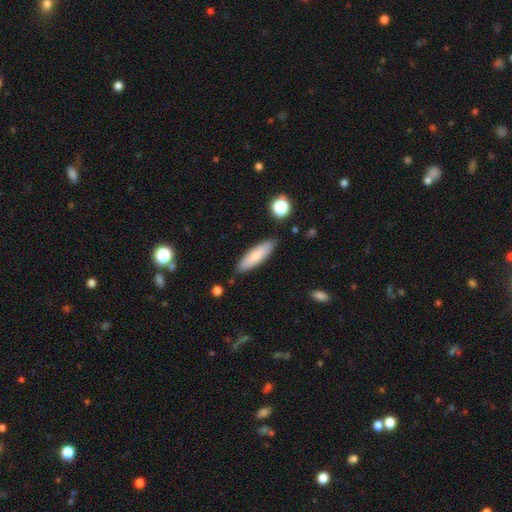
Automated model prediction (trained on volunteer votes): smooth-or-featured: smooth: 79% | featured or disk: 15% | star or artifact: 6%
  how-rounded: cigar-shaped: 58% | in between: 41% | round: 2%
  merging: none: 85% | minor disturbance: 11% | merger: 2% | major disturbance: 2%